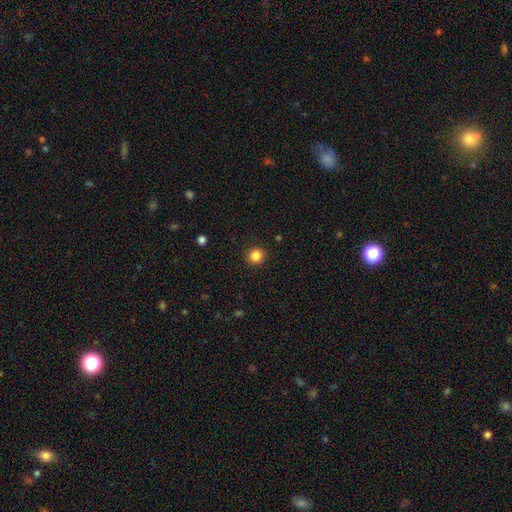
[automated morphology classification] A smooth galaxy with no disk features (85%) that is round (94%).

Vote fractions:
- Smooth or featured? smooth: 85% / star or artifact: 11% / featured or disk: 4%
- How rounded? round: 94% / in between: 5% / cigar-shaped: 1%
- Merging? none: 92% / minor disturbance: 5% / major disturbance: 2% / merger: 1%